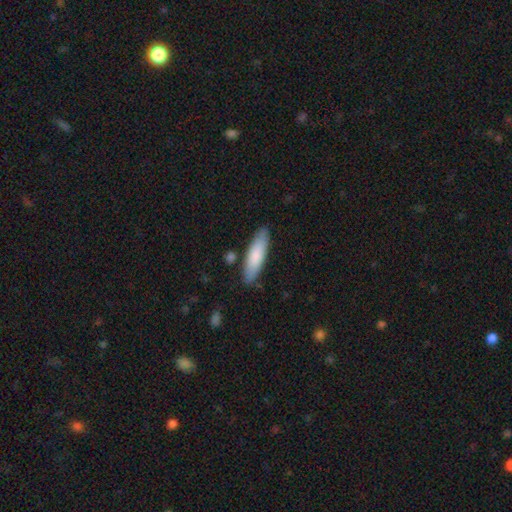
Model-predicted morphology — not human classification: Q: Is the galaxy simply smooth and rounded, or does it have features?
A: smooth — 80%.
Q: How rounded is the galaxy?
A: cigar-shaped — 65%.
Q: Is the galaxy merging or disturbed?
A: none — 85%.